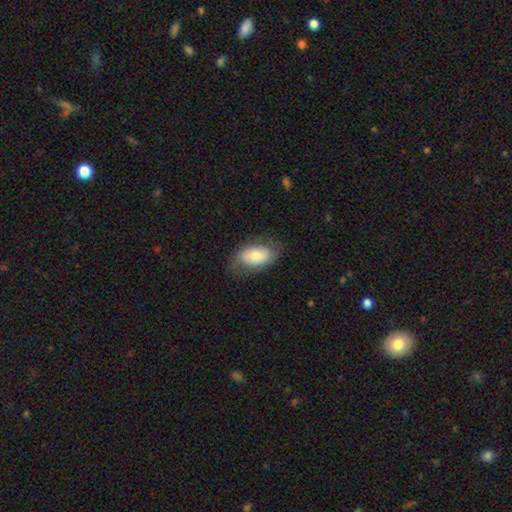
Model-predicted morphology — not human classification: smooth 66%, featured or disk 28%, star or artifact 7%. Down the decision tree: how rounded — in between (92%); merging — none (69%).